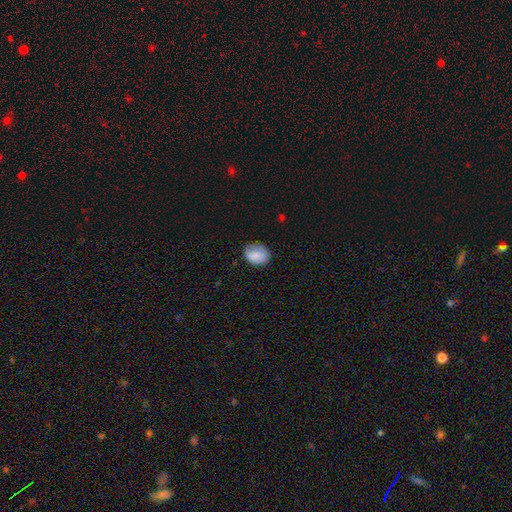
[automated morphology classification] This is clearly a smooth galaxy (81%). How rounded: possibly round (54%). Merging: likely none (77%).